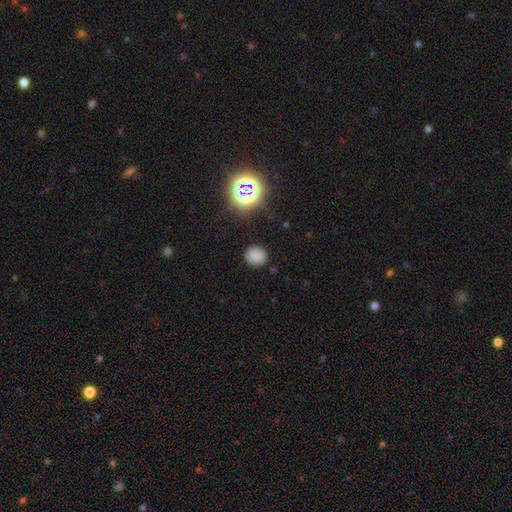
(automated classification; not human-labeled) smooth-or-featured: smooth: 75% | star or artifact: 18% | featured or disk: 7%
  how-rounded: round: 76% | in between: 23% | cigar-shaped: 1%
  merging: none: 85% | minor disturbance: 10% | major disturbance: 3% | merger: 1%